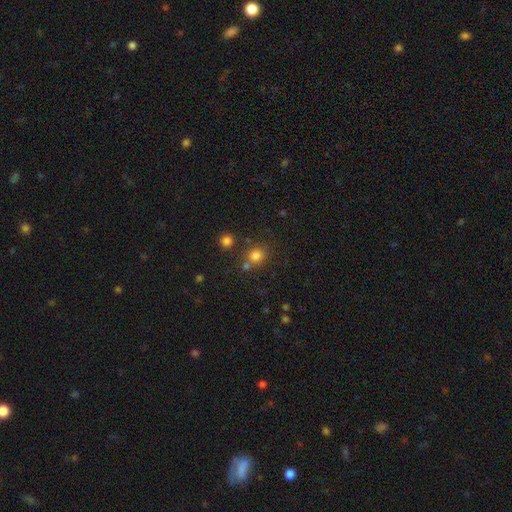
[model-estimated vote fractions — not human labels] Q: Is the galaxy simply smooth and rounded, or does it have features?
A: smooth — 79%.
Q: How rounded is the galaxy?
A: round — 80%.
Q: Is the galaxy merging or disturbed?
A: none — 68%.